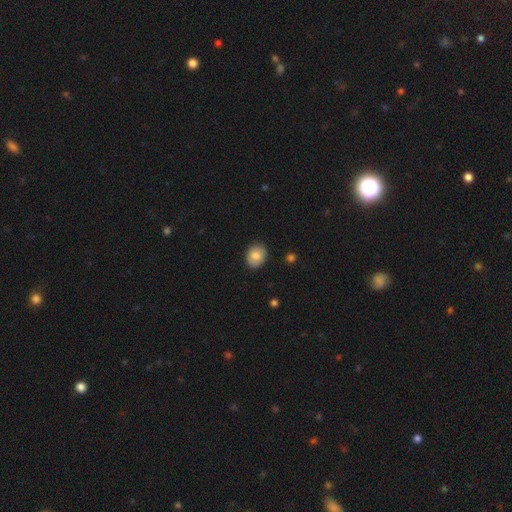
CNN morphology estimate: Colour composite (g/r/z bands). It shows a smooth galaxy with no disk features (85%) that is round (55%). Merging: none (87%).